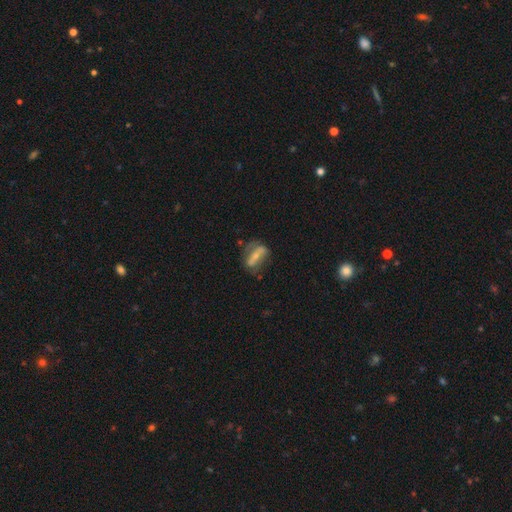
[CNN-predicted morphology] Smooth or featured: featured or disk — 57% (smooth — 35%)
Edge-on disk: no — 82% (yes — 18%)
Merging: none — 53% (minor disturbance — 25%)